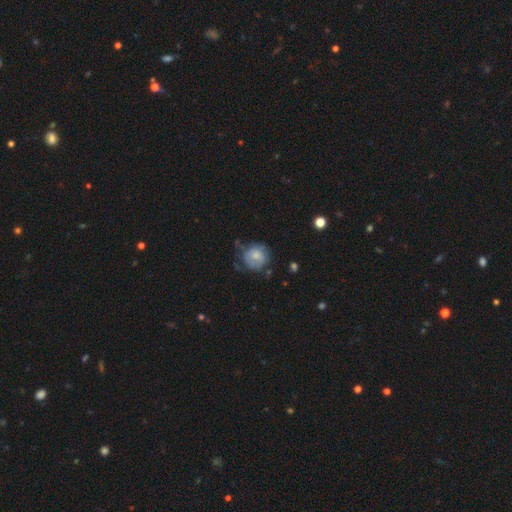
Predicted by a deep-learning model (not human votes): Smooth or featured? Predicted: smooth (p=0.64). How rounded? Predicted: round (p=0.84). Merging? Predicted: none (p=0.55).